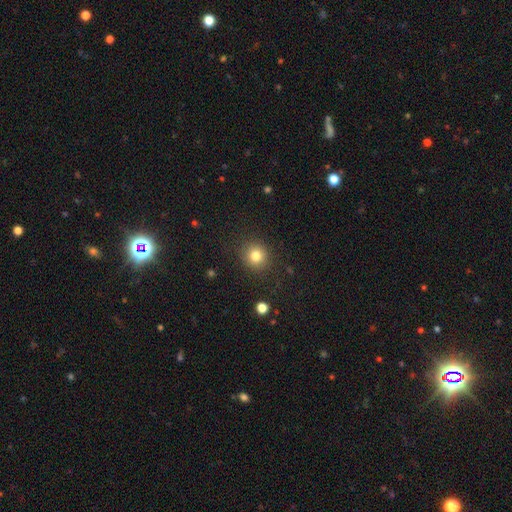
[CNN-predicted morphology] smooth 81%, star or artifact 12%, featured or disk 7%. Down the decision tree: how rounded — round (88%); merging — none (89%).